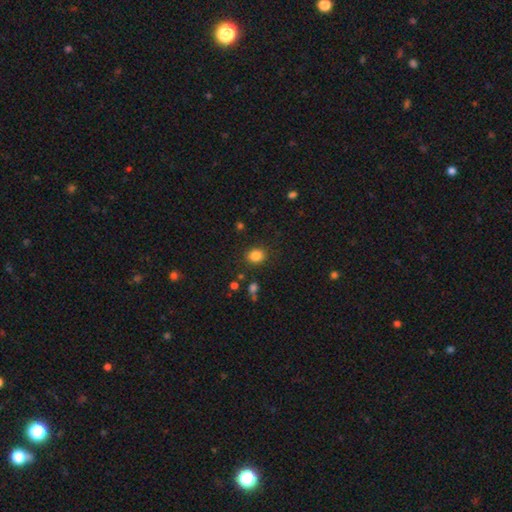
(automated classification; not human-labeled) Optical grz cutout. It shows a smooth galaxy with no disk features (84%) that is round (63%). Merging: none (87%).